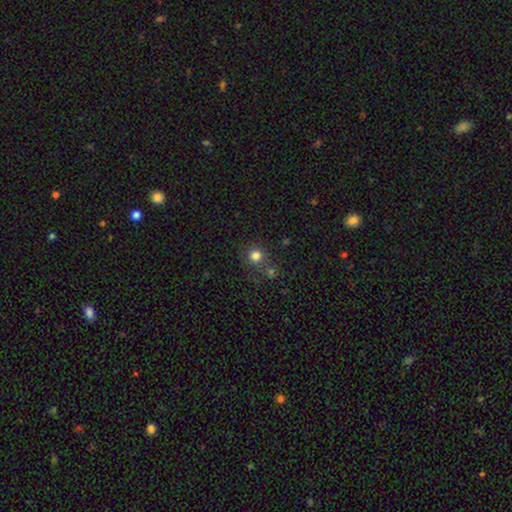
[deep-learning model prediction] smooth 79%, star or artifact 15%, featured or disk 6%. Down the decision tree: how rounded — round (93%); merging — none (73%).